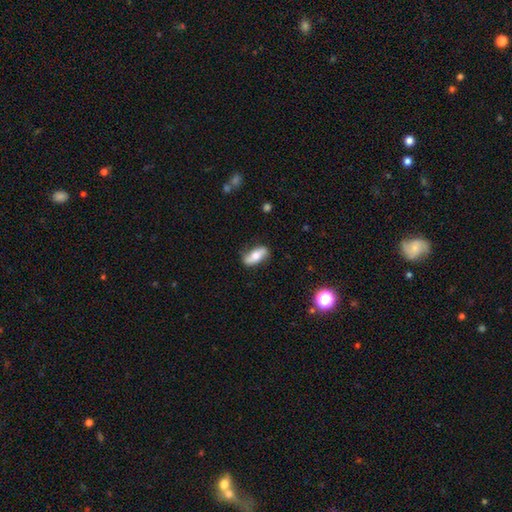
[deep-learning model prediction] Morphology: type=smooth (57%); roundness=in between (76%); merging=none (80%).